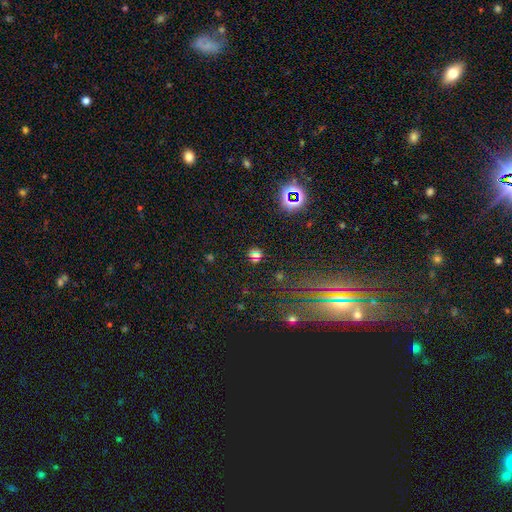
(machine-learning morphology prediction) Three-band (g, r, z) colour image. It shows a star or artifact, not a galaxy (51%).